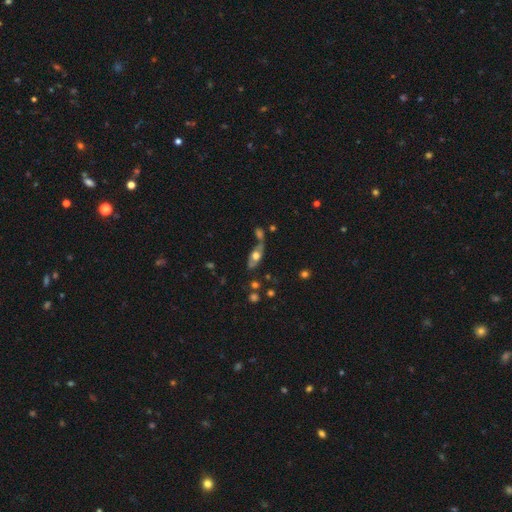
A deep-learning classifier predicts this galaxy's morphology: Smooth or featured: smooth — 49% (featured or disk — 42%)
Merging: none — 40% (merger — 30%)